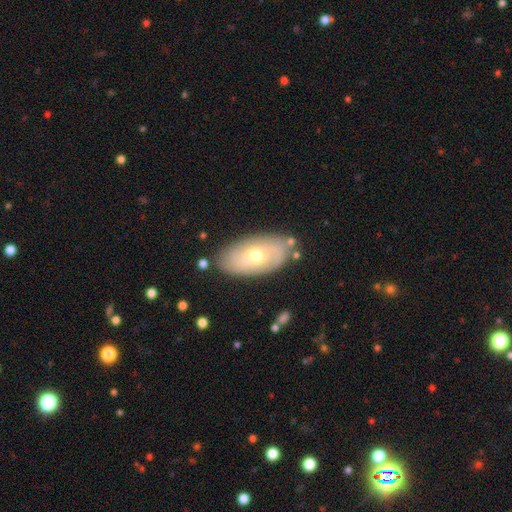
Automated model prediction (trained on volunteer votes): Q: Smooth or featured?
A: featured or disk (62%); runner-up: smooth (32%)
Q: Edge-on disk?
A: no (90%); runner-up: yes (10%)
Q: Bar?
A: no (57%); runner-up: weak (36%)
Q: Spiral arms?
A: yes (66%); runner-up: no (34%)
Q: Bulge size?
A: moderate (67%); runner-up: small (27%)
Q: Merging?
A: none (77%); runner-up: minor disturbance (16%)